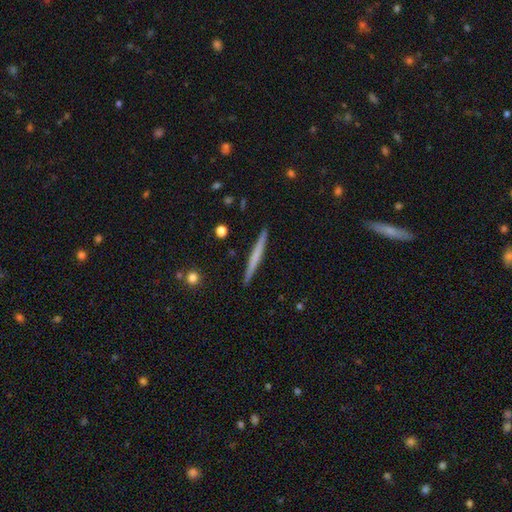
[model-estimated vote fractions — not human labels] This is possibly a smooth galaxy (48%). Merging: clearly none (92%).